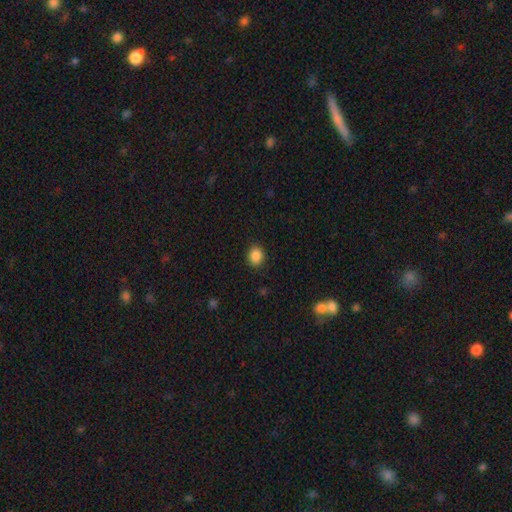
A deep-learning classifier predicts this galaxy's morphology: Q: Smooth or featured?
A: smooth (87%); runner-up: star or artifact (10%)
Q: How rounded?
A: round (69%); runner-up: in between (30%)
Q: Merging?
A: none (90%); runner-up: minor disturbance (7%)